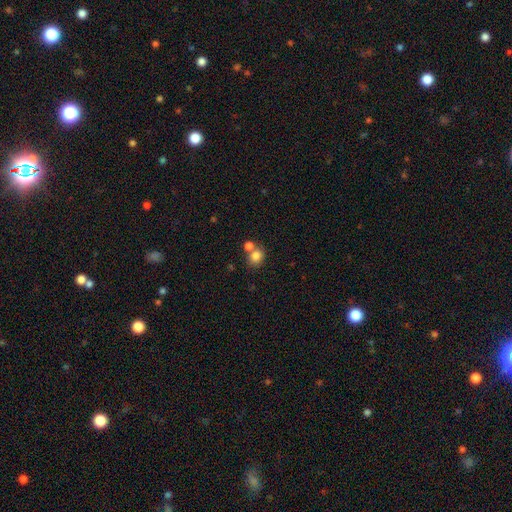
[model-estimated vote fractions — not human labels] Smooth or featured: smooth — 81% (star or artifact — 11%)
How rounded: round — 65% (in between — 34%)
Merging: none — 52% (merger — 35%)